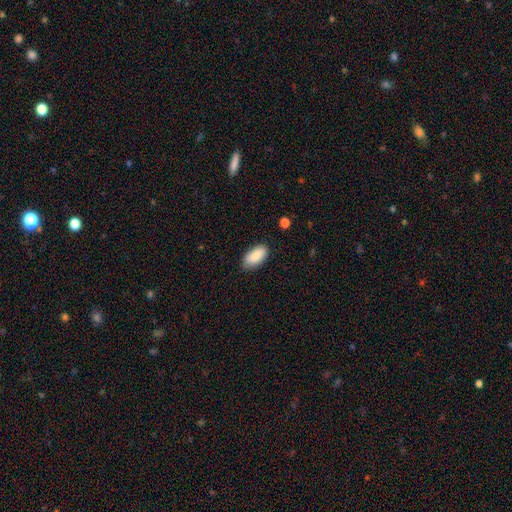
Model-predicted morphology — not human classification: This is clearly a smooth galaxy (86%). How rounded: clearly in between (94%). Merging: clearly none (81%).